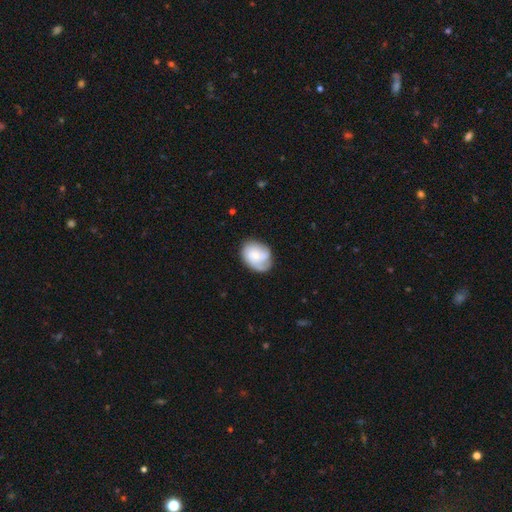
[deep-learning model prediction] Smooth or featured? smooth (50%)
Merging? none (59%)